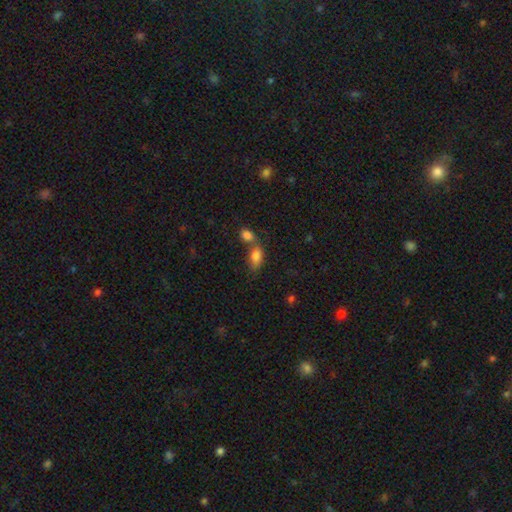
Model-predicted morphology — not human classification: type=smooth (83%); roundness=in between (88%); merging=merger (49%).